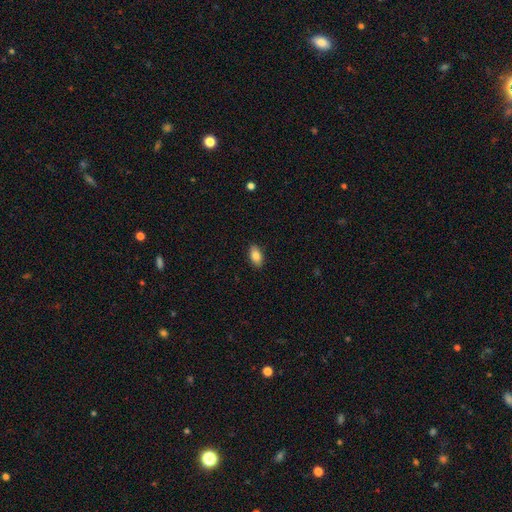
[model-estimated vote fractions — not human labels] Smooth or featured: smooth — 85% (featured or disk — 8%)
How rounded: in between — 92% (round — 5%)
Merging: none — 89% (minor disturbance — 8%)